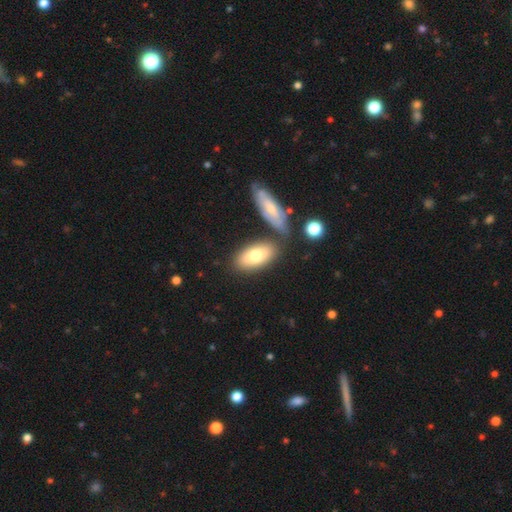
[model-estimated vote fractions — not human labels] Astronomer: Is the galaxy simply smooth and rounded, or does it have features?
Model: smooth — 72%.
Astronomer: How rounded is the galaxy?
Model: in between — 87%.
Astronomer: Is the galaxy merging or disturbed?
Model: none — 70%.